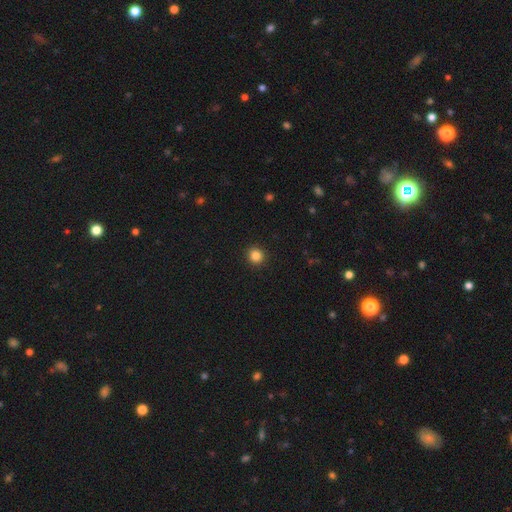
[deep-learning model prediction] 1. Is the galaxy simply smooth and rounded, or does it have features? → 84% smooth, 11% star or artifact, 5% featured or disk.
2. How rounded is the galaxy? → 92% round, 7% in between, 1% cigar-shaped.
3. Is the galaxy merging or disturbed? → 93% none, 5% minor disturbance, 2% major disturbance, 1% merger.